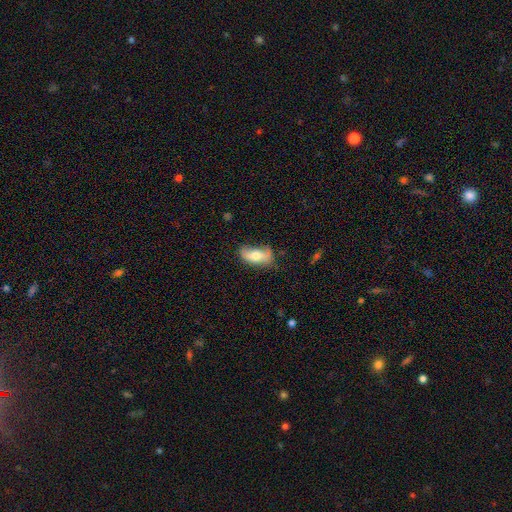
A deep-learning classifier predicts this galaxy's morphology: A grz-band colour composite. It shows a smooth galaxy with no disk features (59%) that is in between round and cigar-shaped (86%). Merging: none (50%).